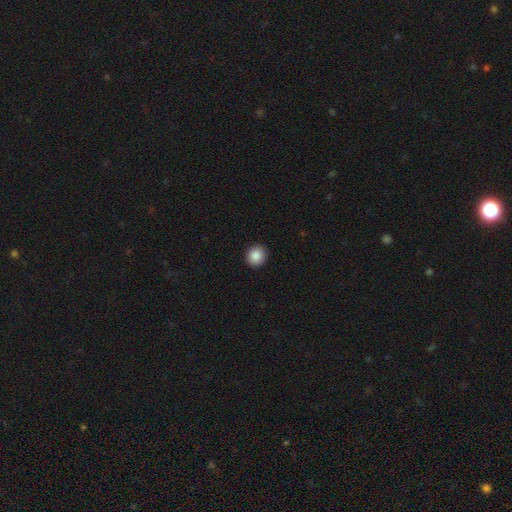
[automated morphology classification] Smooth or featured?
  - smooth: 88% *
  - star or artifact: 8%
  - featured or disk: 4%
How rounded?
  - round: 82% *
  - in between: 17%
  - cigar-shaped: 1%
Merging?
  - none: 92% *
  - minor disturbance: 6%
  - major disturbance: 2%
  - merger: 1%